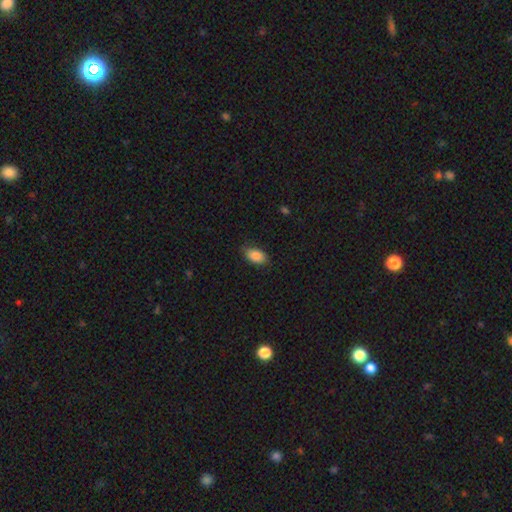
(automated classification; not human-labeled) Smooth or featured: smooth — 86% (star or artifact — 7%)
How rounded: in between — 92% (round — 6%)
Merging: none — 79% (minor disturbance — 17%)